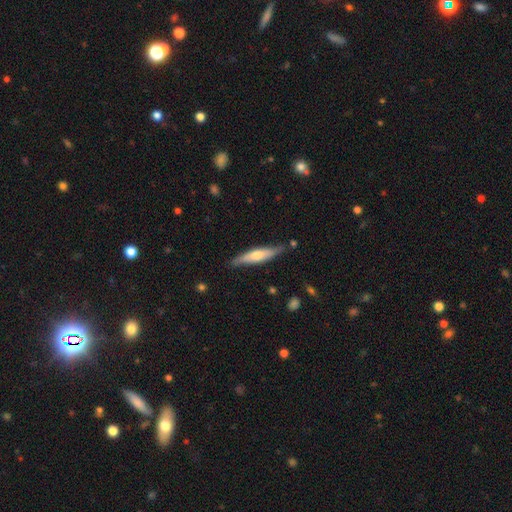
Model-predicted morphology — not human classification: A featured or disk galaxy (52%) viewed edge-on (89%). Merging: none (83%).